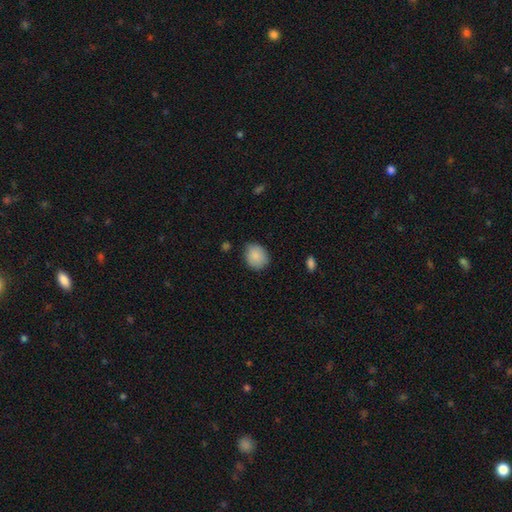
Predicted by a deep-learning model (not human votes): A smooth galaxy with no disk features (87%) that is round (64%).

Vote fractions:
- Smooth or featured? smooth: 87% / star or artifact: 8% / featured or disk: 5%
- How rounded? round: 64% / in between: 35% / cigar-shaped: 1%
- Merging? none: 79% / minor disturbance: 16% / major disturbance: 3% / merger: 2%